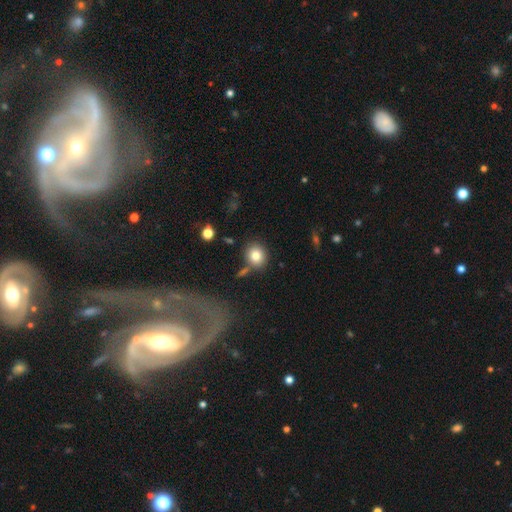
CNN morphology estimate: This appears to be a smooth galaxy with no disk features (82%) that is round (76%). Merging: none (76%).